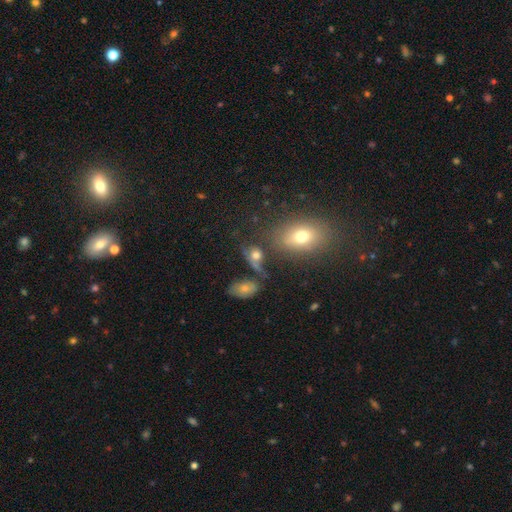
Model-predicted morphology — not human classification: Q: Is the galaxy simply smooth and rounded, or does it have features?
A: smooth — 63%.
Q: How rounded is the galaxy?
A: in between — 61%.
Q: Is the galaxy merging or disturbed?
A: none — 45%.